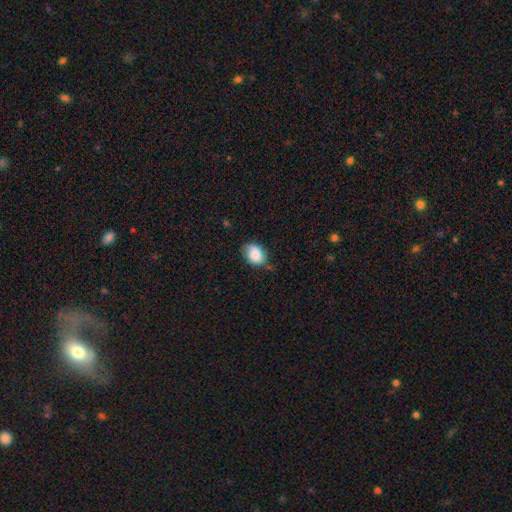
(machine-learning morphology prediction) The model was most divided on "merging": none: 57%, minor disturbance: 34%, major disturbance: 7%, merger: 2%. More confident: smooth or featured — smooth (79%); how rounded — in between (71%).